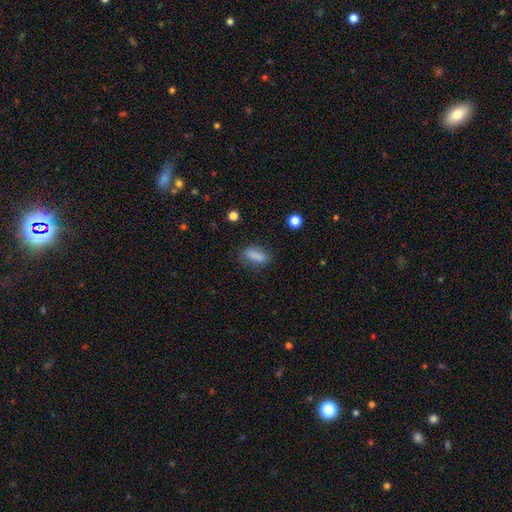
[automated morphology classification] smooth 82%, star or artifact 10%, featured or disk 8%. Down the decision tree: how rounded — in between (71%); merging — none (67%).